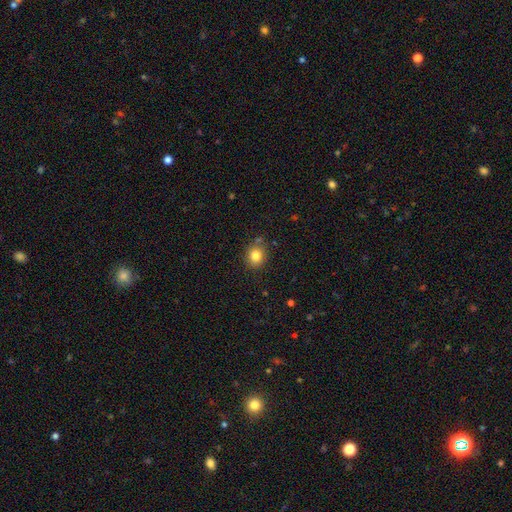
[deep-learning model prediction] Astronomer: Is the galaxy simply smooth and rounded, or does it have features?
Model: smooth — 82%.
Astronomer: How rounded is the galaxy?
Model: round — 70%.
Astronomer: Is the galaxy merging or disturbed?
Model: none — 79%.